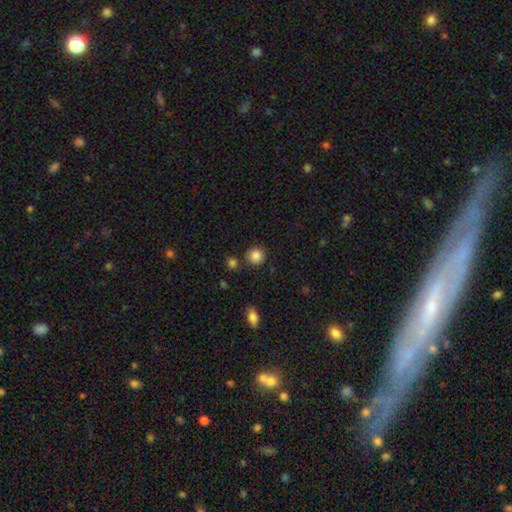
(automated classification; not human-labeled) smooth 86%, star or artifact 10%, featured or disk 4%. Down the decision tree: how rounded — round (89%); merging — none (81%).